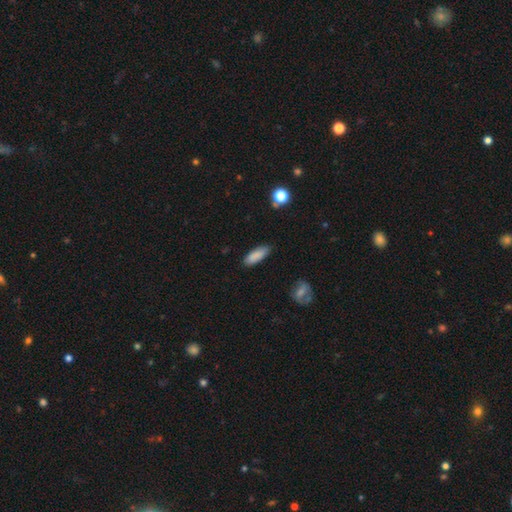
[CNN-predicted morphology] Smooth or featured? Predicted: smooth (p=0.87). How rounded? Predicted: in between (p=0.62). Merging? Predicted: none (p=0.84).